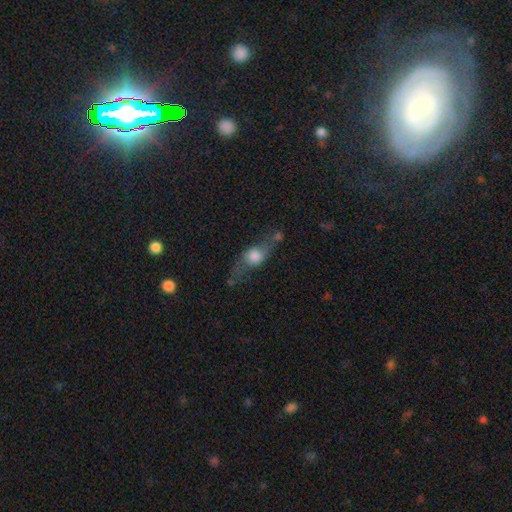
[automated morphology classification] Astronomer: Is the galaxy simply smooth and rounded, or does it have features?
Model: smooth — 50% (runner-up: featured or disk, 40%).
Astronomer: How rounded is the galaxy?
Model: in between — 47% (runner-up: round, 32%).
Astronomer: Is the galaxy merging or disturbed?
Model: none — 44% (runner-up: minor disturbance, 23%).